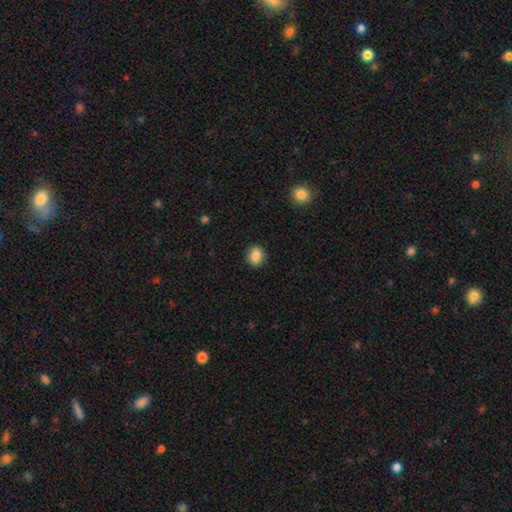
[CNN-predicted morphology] This is clearly a smooth galaxy (86%). How rounded: likely round (66%). Merging: clearly none (90%).